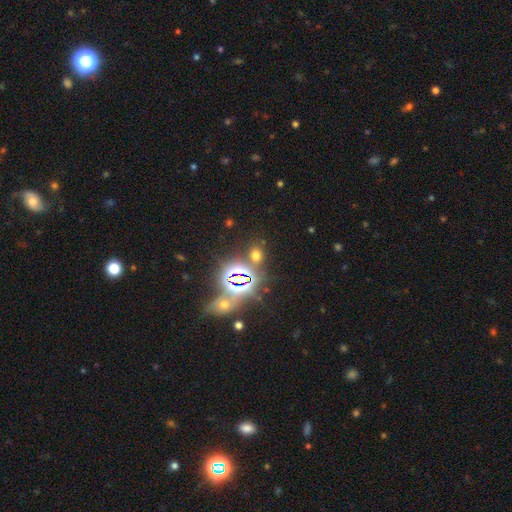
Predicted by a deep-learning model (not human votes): smooth-or-featured: star or artifact: 47% | smooth: 46% | featured or disk: 7%